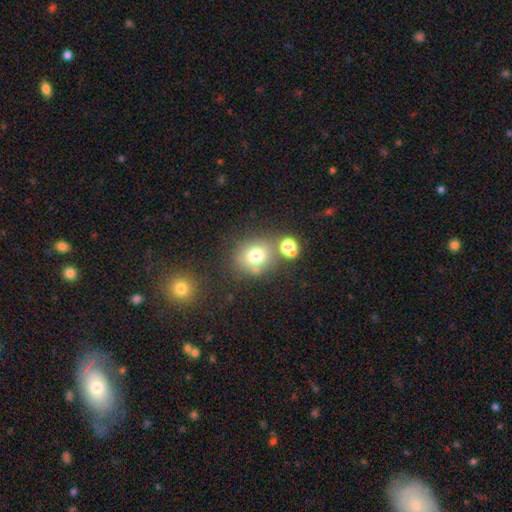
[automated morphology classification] smooth 73%, star or artifact 15%, featured or disk 12%. Down the decision tree: how rounded — round (73%); merging — none (63%).